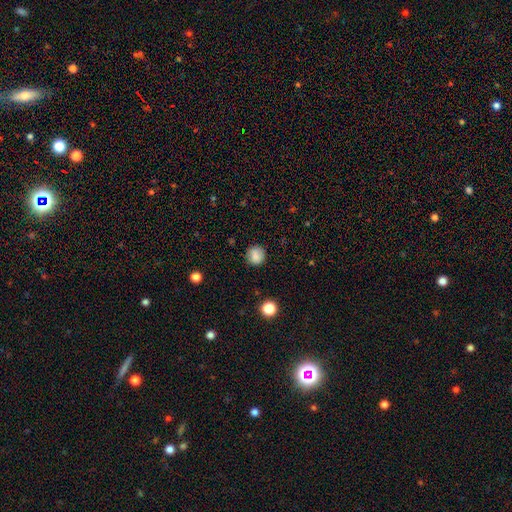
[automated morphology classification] smooth_or_featured: smooth (p=0.82) [alt: star or artifact p=0.10]
how_rounded: round (p=0.85) [alt: in between p=0.14]
merging: none (p=0.83) [alt: minor disturbance p=0.12]